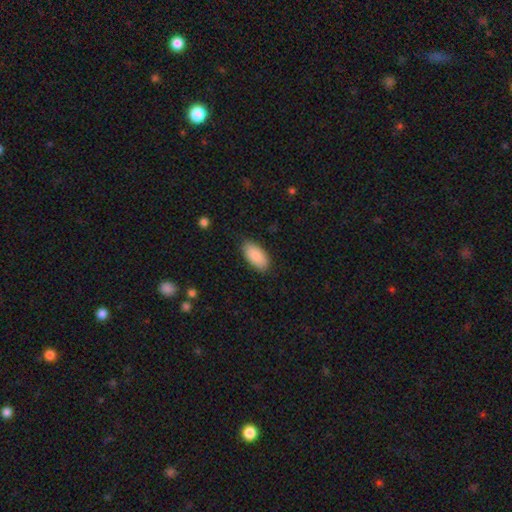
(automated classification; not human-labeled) The model was most divided on "merging": none: 84%, minor disturbance: 12%, major disturbance: 2%, merger: 1%. More confident: how rounded — in between (94%); smooth or featured — smooth (89%).